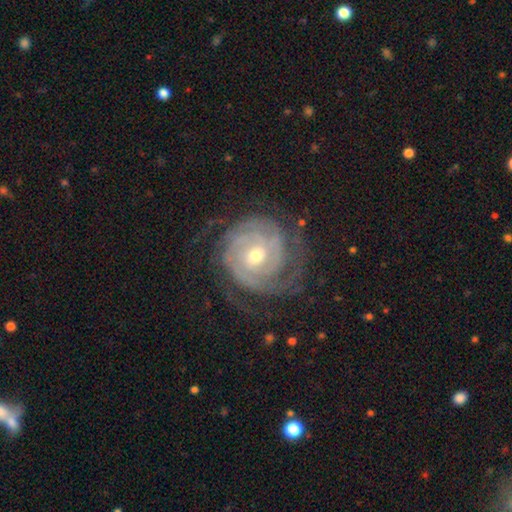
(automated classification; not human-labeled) Morphology: type=featured or disk (90%); edge-on=no (98%); bar=no (55%); spiral arms=yes (98%); winding=tight (81%); arm count=3 (26%, tied with 2); bulge=moderate (57%); merging=none (74%).